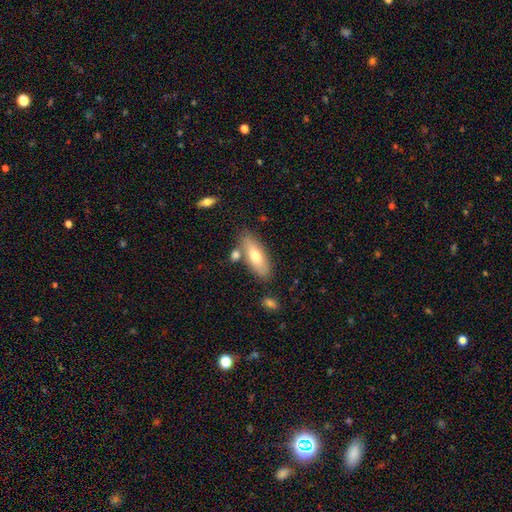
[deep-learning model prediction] Morphology: type=smooth (66%); roundness=in between (69%); merging=none (74%).